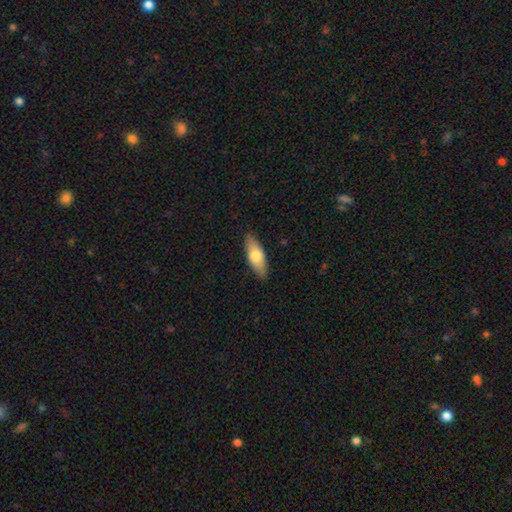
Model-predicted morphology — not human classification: Smooth or featured?
  - smooth: 68% *
  - featured or disk: 26%
  - star or artifact: 6%
How rounded?
  - in between: 69% *
  - cigar-shaped: 29%
  - round: 2%
Merging?
  - none: 86% *
  - minor disturbance: 11%
  - major disturbance: 2%
  - merger: 1%